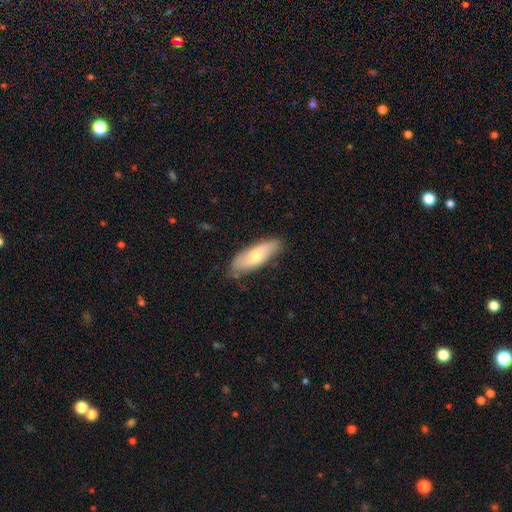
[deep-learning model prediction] Overall: smooth (59%; featured or disk 35%). How rounded: in between (64%; cigar-shaped 33%). Merging: none (78%).